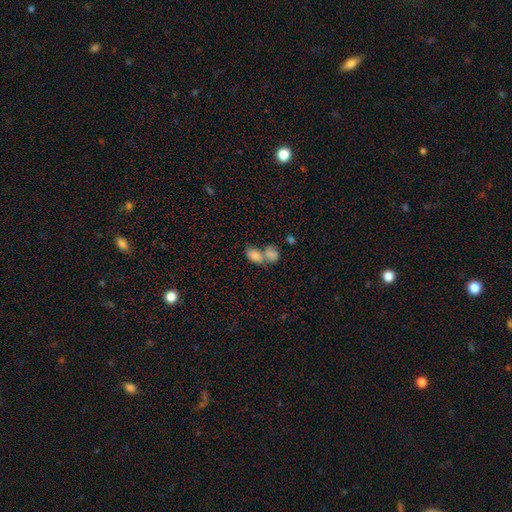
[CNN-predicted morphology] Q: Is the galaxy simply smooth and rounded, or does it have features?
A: smooth — 81%.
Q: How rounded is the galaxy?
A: in between — 89%.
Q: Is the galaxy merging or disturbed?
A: merger — 61%.